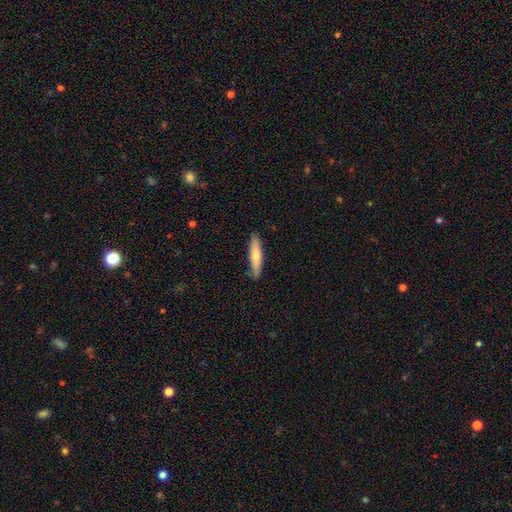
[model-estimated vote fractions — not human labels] Morphology: type=smooth (68%); roundness=cigar-shaped (83%); merging=none (85%).